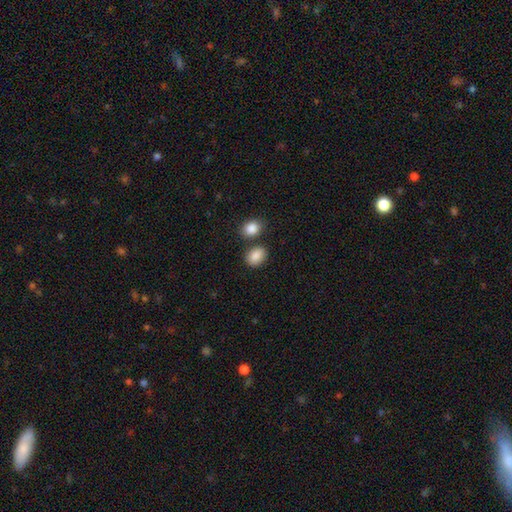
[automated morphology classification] smooth-or-featured: smooth: 87% | star or artifact: 8% | featured or disk: 5%
  how-rounded: in between: 65% | round: 34% | cigar-shaped: 1%
  merging: none: 72% | merger: 14% | minor disturbance: 11% | major disturbance: 3%